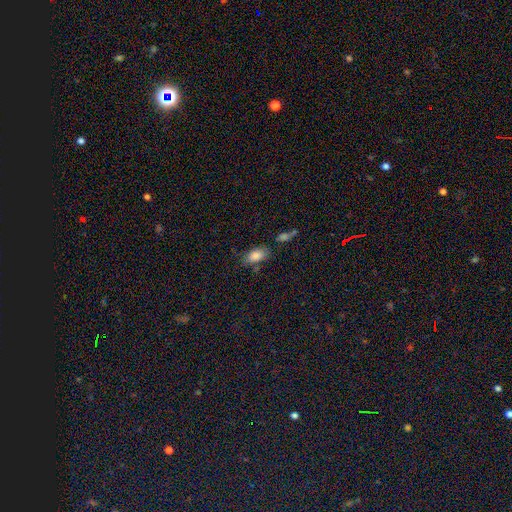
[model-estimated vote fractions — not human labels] Smooth or featured?
  - smooth: 83% *
  - star or artifact: 9%
  - featured or disk: 8%
How rounded?
  - in between: 91% *
  - round: 5%
  - cigar-shaped: 5%
Merging?
  - none: 68% *
  - minor disturbance: 19%
  - merger: 8%
  - major disturbance: 6%